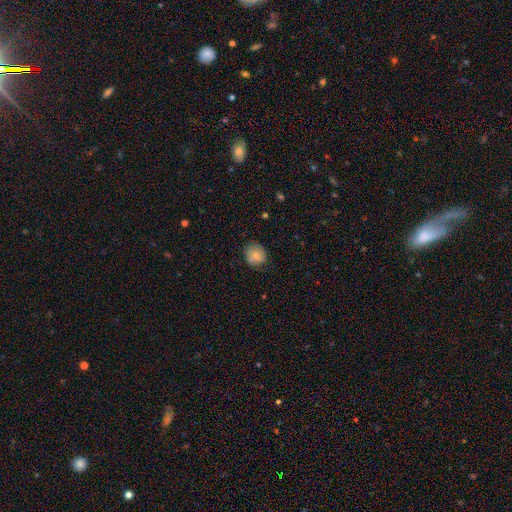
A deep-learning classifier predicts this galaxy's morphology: Q: Smooth or featured?
A: smooth (80%); runner-up: featured or disk (12%)
Q: How rounded?
A: round (75%); runner-up: in between (24%)
Q: Merging?
A: none (74%); runner-up: minor disturbance (20%)